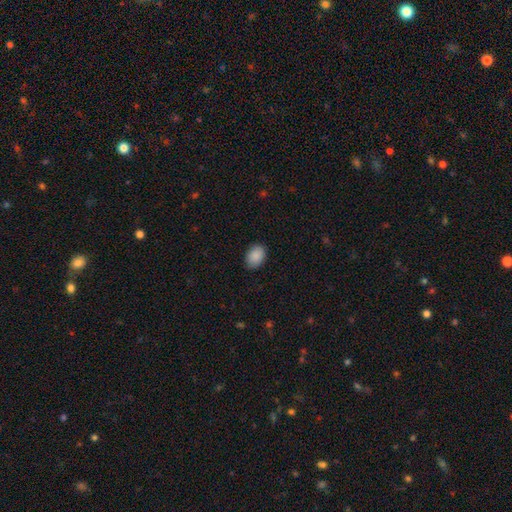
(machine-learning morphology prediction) This is clearly a smooth galaxy (90%). How rounded: likely in between (77%). Merging: clearly none (86%).